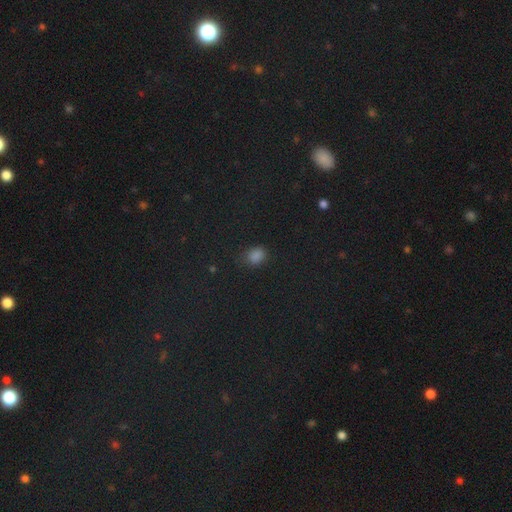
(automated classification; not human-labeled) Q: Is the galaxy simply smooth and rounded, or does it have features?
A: smooth — 72%.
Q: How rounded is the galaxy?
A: in between — 54%.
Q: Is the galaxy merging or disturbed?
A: none — 83%.